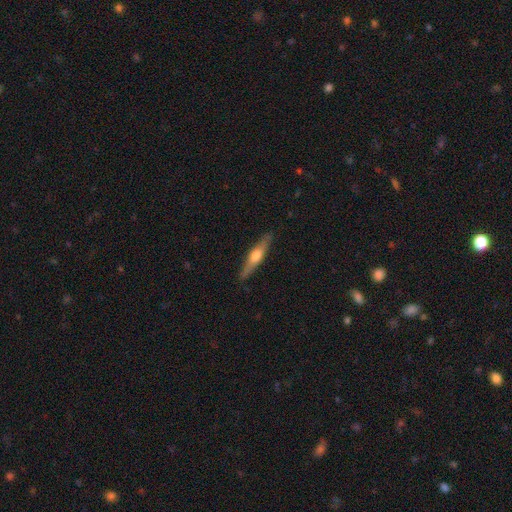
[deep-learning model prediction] A featured or disk galaxy (60%) viewed edge-on (95%) with a rounded central bulge (89%). Merging: none (88%).